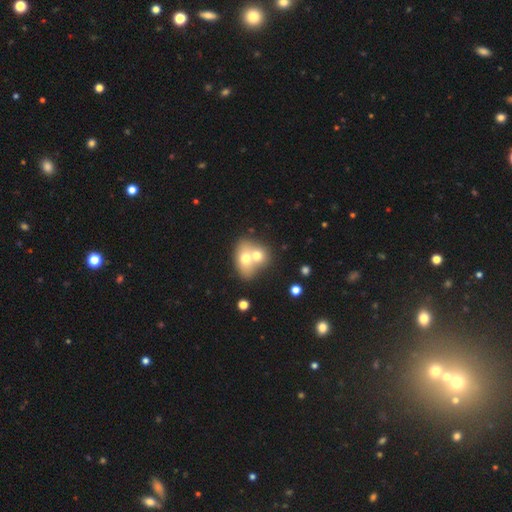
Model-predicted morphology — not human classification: smooth 63%, featured or disk 27%, star or artifact 10%. Down the decision tree: how rounded — in between (53%); merging — merger (72%).